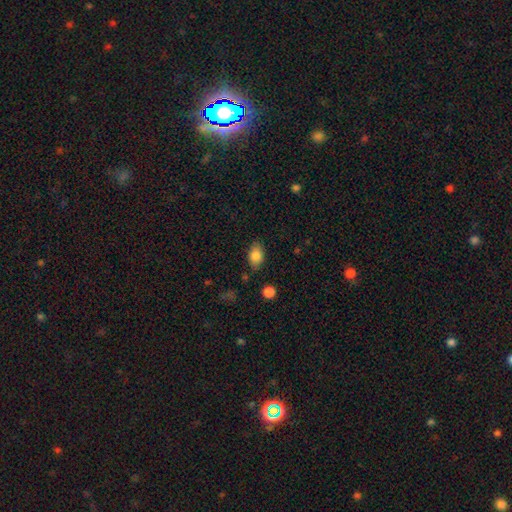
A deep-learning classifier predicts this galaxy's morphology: smooth_or_featured: smooth (p=0.85) [alt: star or artifact p=0.08]
how_rounded: in between (p=0.85) [alt: round p=0.14]
merging: none (p=0.80) [alt: minor disturbance p=0.14]